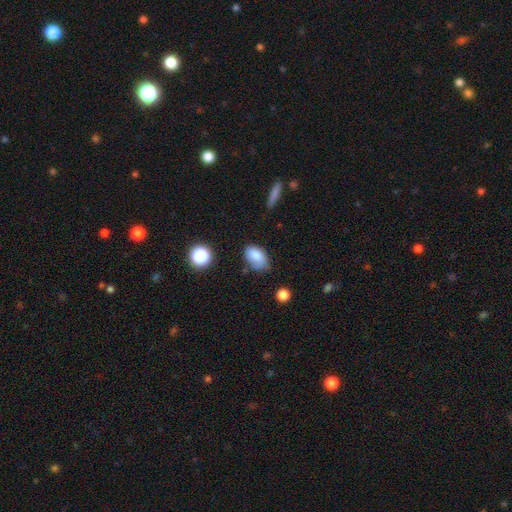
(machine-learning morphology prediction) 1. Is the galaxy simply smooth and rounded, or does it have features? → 81% smooth, 10% featured or disk, 9% star or artifact.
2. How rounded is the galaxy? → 89% in between, 10% round, 2% cigar-shaped.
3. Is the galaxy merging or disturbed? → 56% none, 32% minor disturbance, 8% major disturbance, 4% merger.